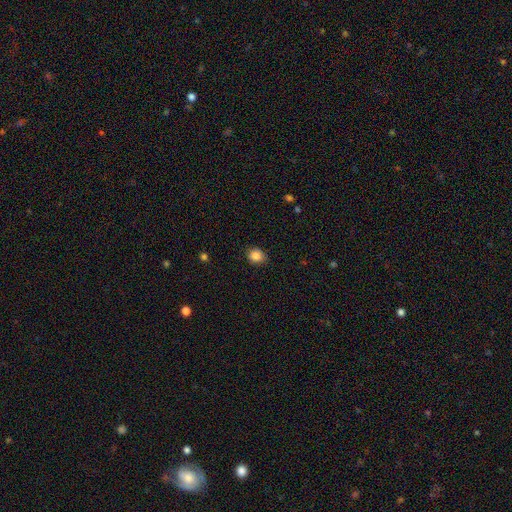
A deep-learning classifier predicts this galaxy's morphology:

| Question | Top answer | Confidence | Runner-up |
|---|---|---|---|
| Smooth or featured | smooth | 86% | star or artifact (10%) |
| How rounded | round | 68% | in between (31%) |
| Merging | none | 85% | minor disturbance (12%) |